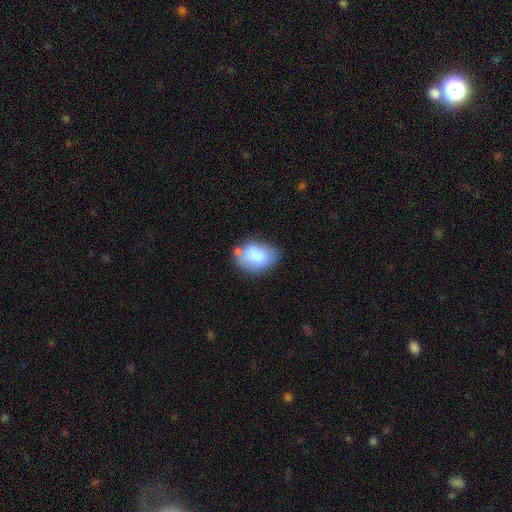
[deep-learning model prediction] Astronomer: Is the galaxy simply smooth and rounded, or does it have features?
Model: smooth — 79%.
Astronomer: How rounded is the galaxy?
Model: in between — 78%.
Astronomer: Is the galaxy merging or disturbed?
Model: none — 53%.